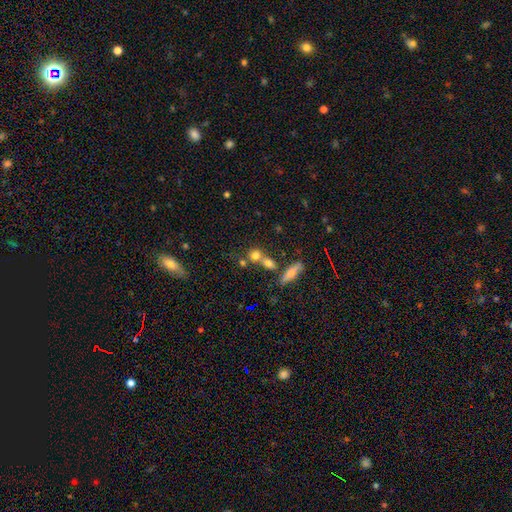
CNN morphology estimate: Q: Smooth or featured?
A: smooth (74%); runner-up: star or artifact (13%)
Q: How rounded?
A: round (72%); runner-up: in between (23%)
Q: Merging?
A: merger (45%); runner-up: none (43%)